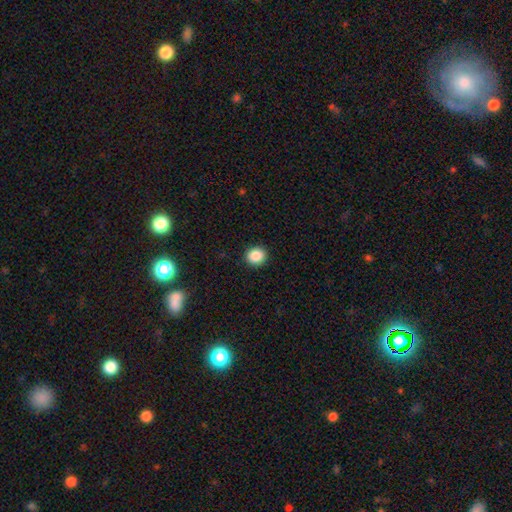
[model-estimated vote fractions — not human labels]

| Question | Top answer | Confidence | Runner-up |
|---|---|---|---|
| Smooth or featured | smooth | 87% | star or artifact (9%) |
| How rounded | round | 82% | in between (17%) |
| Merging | none | 92% | minor disturbance (5%) |